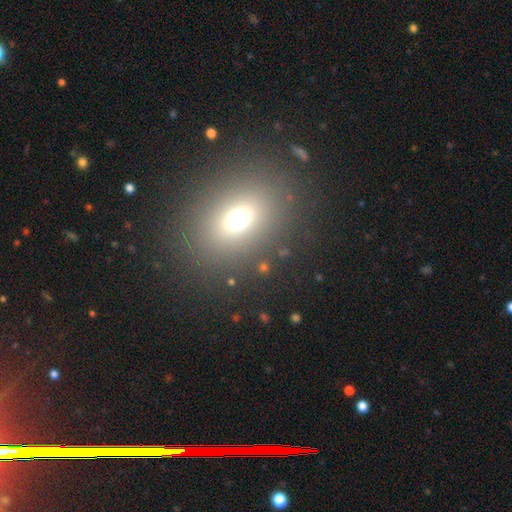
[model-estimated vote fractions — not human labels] This is possibly a smooth galaxy (59%). How rounded: likely in between (62%). Merging: clearly none (88%).